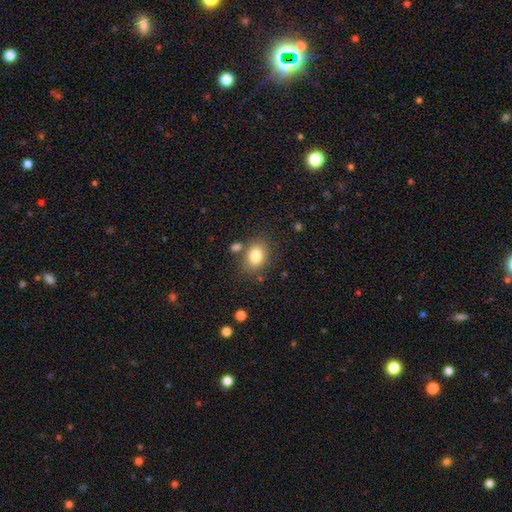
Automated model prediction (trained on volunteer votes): Smooth or featured: smooth — 82% (star or artifact — 9%)
How rounded: in between — 65% (round — 34%)
Merging: none — 74% (minor disturbance — 13%)